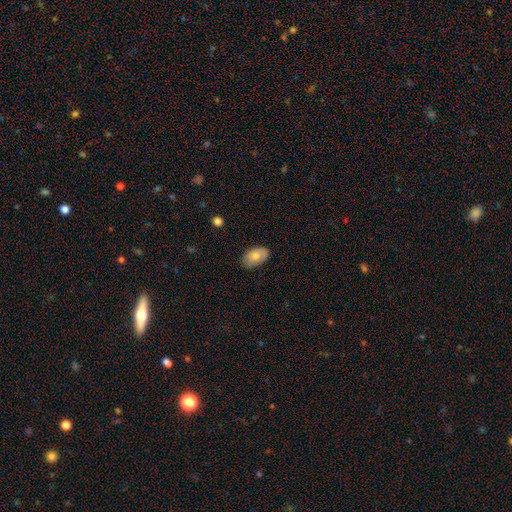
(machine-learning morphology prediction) smooth_or_featured: smooth (p=0.74) [alt: featured or disk p=0.19]
how_rounded: in between (p=0.92) [alt: round p=0.06]
merging: none (p=0.77) [alt: minor disturbance p=0.19]